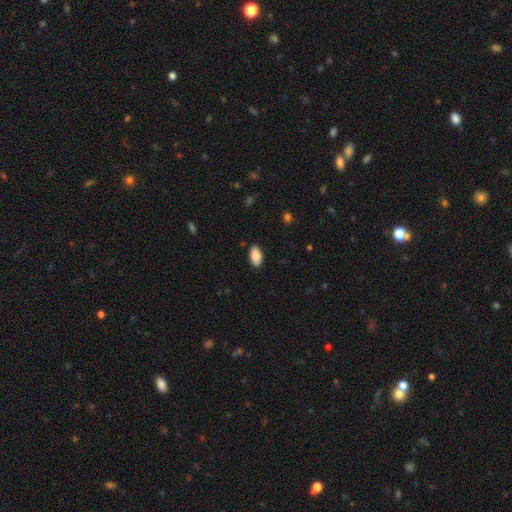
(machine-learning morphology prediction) A smooth galaxy with no disk features (89%) that is in between round and cigar-shaped (94%). Merging: none (87%).